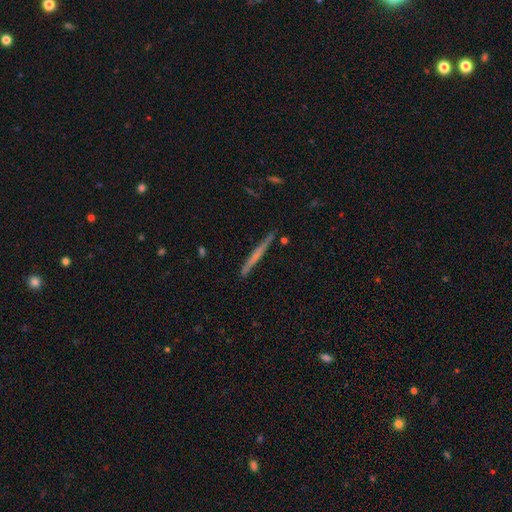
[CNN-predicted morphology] This appears to be a featured or disk galaxy (51%) viewed edge-on (97%). Merging: none (88%).